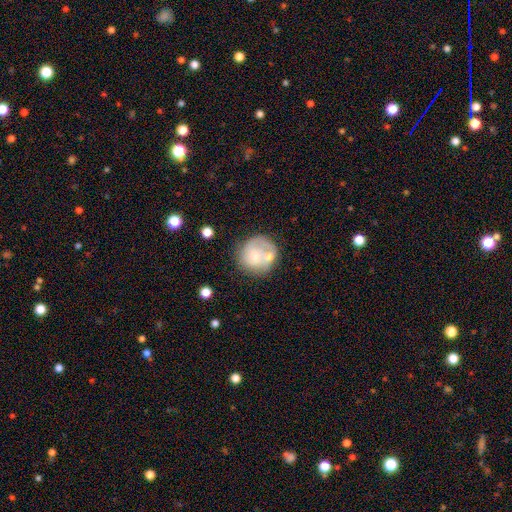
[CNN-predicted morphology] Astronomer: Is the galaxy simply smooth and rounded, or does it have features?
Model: smooth — 52% (runner-up: featured or disk, 40%).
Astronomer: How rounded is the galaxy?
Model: round — 88%.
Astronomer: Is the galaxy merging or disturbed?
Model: none — 49% (runner-up: merger, 24%).